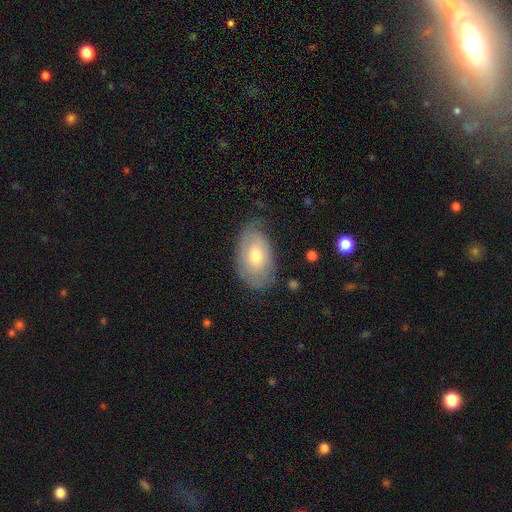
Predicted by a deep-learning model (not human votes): A smooth galaxy with no disk features (62%) that is in between round and cigar-shaped (92%). Merging: none (66%).